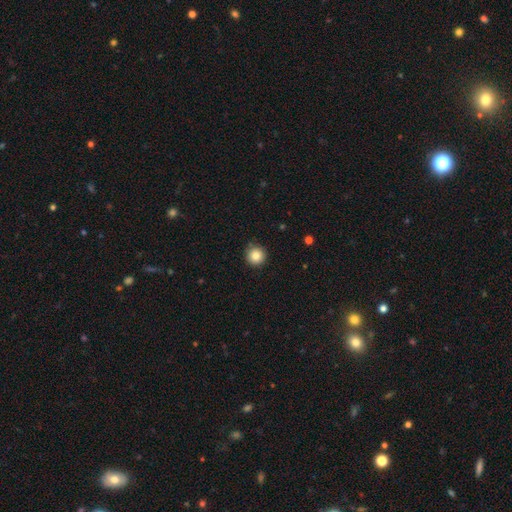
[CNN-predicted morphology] smooth-or-featured: smooth: 84% | star or artifact: 10% | featured or disk: 6%
  how-rounded: round: 96% | in between: 3% | cigar-shaped: 1%
  merging: none: 88% | minor disturbance: 9% | major disturbance: 2% | merger: 1%